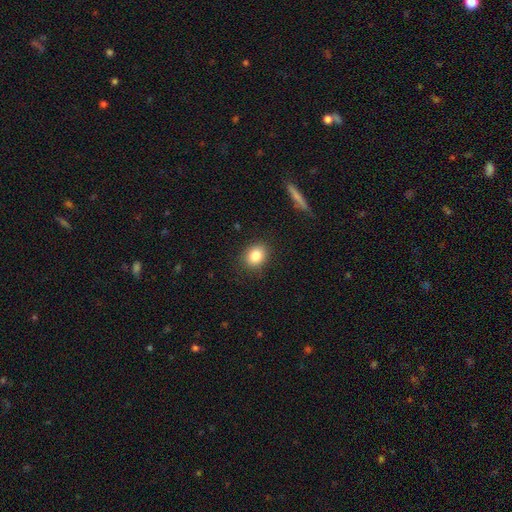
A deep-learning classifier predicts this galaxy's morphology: This appears to be a smooth galaxy with no disk features (84%) that is round (52%). Merging: none (87%).